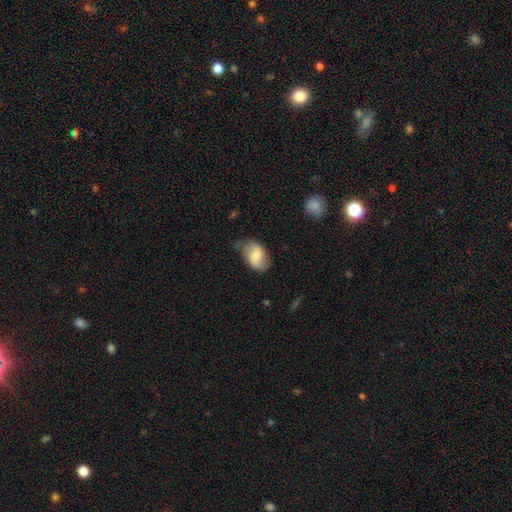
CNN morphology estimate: A smooth galaxy with no disk features (65%) that is in between round and cigar-shaped (88%).

Vote fractions:
- Smooth or featured? smooth: 65% / featured or disk: 28% / star or artifact: 7%
- How rounded? in between: 88% / round: 11% / cigar-shaped: 1%
- Merging? none: 55% / minor disturbance: 33% / major disturbance: 9% / merger: 3%